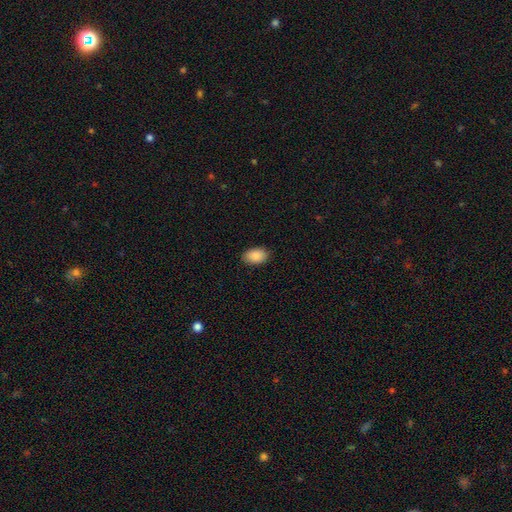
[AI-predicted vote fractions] Smooth or featured?
  - smooth: 89% *
  - star or artifact: 7%
  - featured or disk: 4%
How rounded?
  - in between: 90% *
  - round: 9%
  - cigar-shaped: 1%
Merging?
  - none: 88% *
  - minor disturbance: 9%
  - major disturbance: 2%
  - merger: 1%